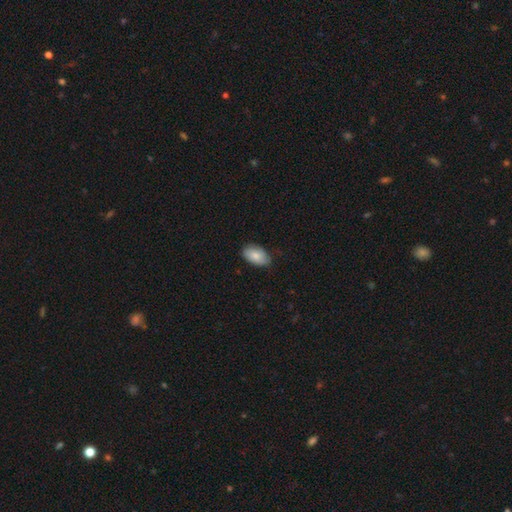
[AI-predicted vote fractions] Q: Smooth or featured?
A: smooth (83%); runner-up: featured or disk (10%)
Q: How rounded?
A: in between (93%); runner-up: round (5%)
Q: Merging?
A: none (74%); runner-up: minor disturbance (22%)